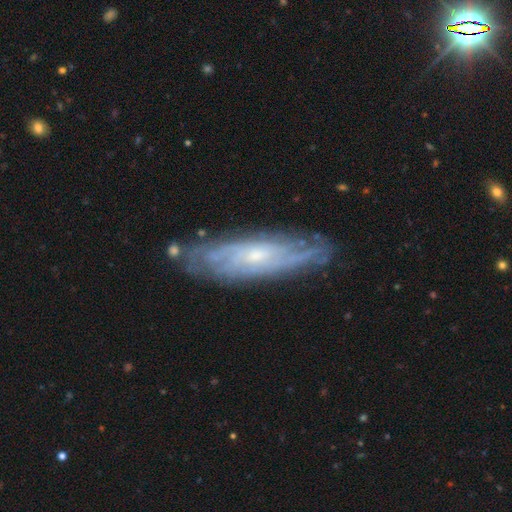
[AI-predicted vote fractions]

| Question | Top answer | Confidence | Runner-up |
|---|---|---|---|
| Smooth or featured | featured or disk | 77% | smooth (17%) |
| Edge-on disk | no | 72% | yes (28%) |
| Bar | no | 70% | weak (25%) |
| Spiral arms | yes | 88% | no (12%) |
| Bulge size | small | 71% | moderate (24%) |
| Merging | none | 79% | minor disturbance (15%) |